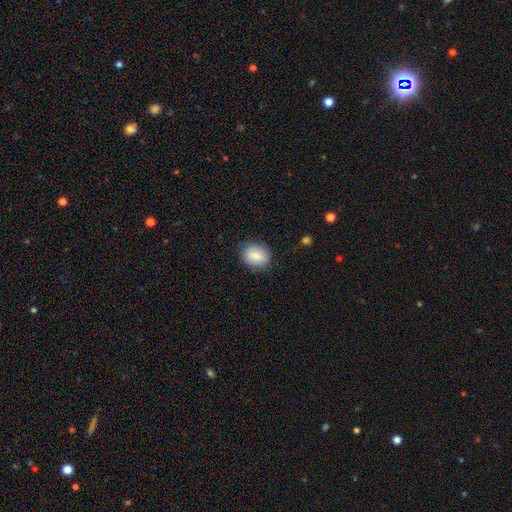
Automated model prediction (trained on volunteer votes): Q: Smooth or featured?
A: smooth (79%); runner-up: featured or disk (13%)
Q: How rounded?
A: round (52%); runner-up: in between (47%)
Q: Merging?
A: none (83%); runner-up: minor disturbance (13%)